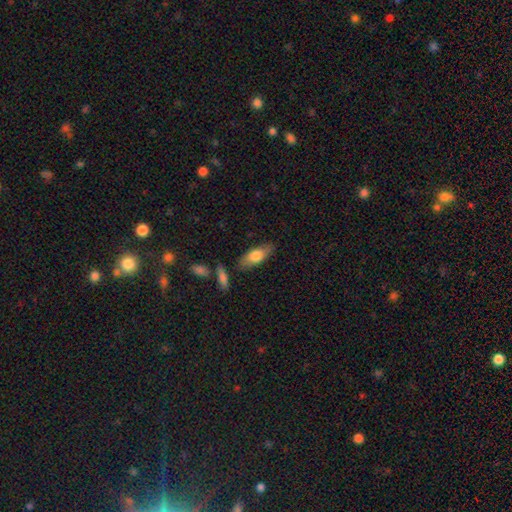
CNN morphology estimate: smooth_or_featured: smooth (p=0.74) [alt: featured or disk p=0.20]
how_rounded: in between (p=0.78) [alt: cigar-shaped p=0.19]
merging: none (p=0.78) [alt: minor disturbance p=0.14]